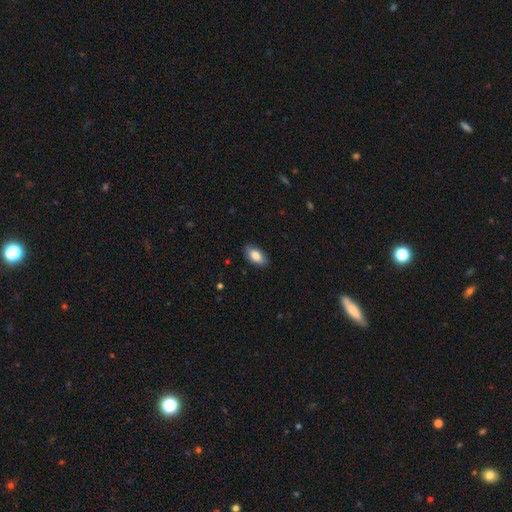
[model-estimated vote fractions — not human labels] This appears to be a smooth galaxy with no disk features (86%) that is in between round and cigar-shaped (92%). Merging: none (84%).